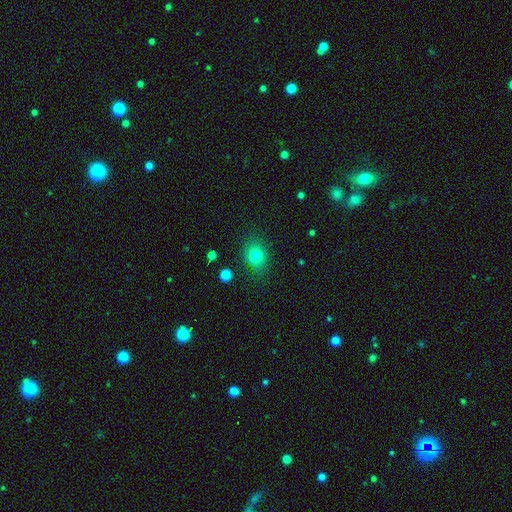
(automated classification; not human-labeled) smooth-or-featured: smooth: 80% | star or artifact: 12% | featured or disk: 8%
  how-rounded: round: 55% | in between: 43% | cigar-shaped: 1%
  merging: none: 78% | minor disturbance: 15% | major disturbance: 5% | merger: 2%